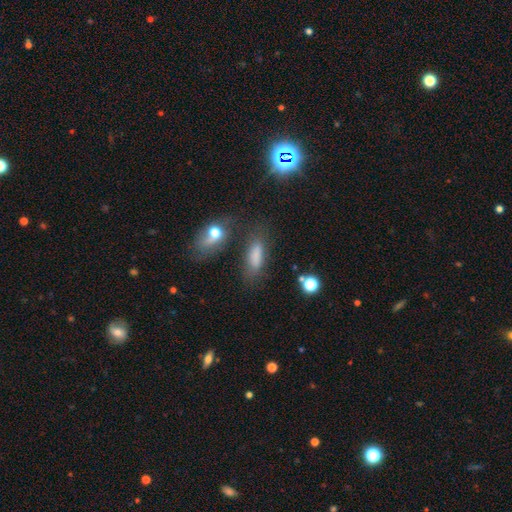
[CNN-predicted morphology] smooth_or_featured: smooth (p=0.76) [alt: star or artifact p=0.13]
how_rounded: in between (p=0.62) [alt: cigar-shaped p=0.32]
merging: none (p=0.62) [alt: minor disturbance p=0.19]